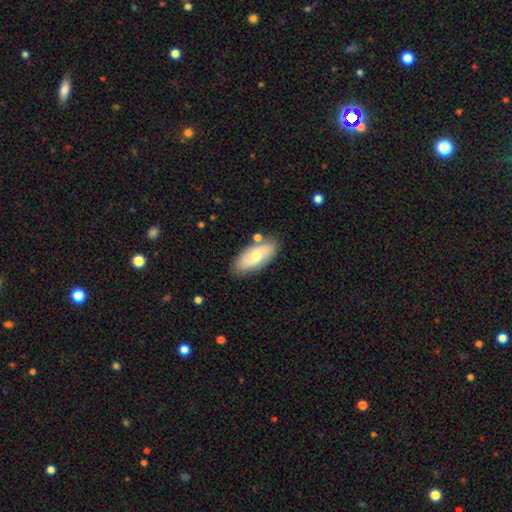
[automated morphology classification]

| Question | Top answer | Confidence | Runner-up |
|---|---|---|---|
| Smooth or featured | smooth | 55% | featured or disk (38%) |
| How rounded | in between | 85% | cigar-shaped (12%) |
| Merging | none | 83% | minor disturbance (11%) |